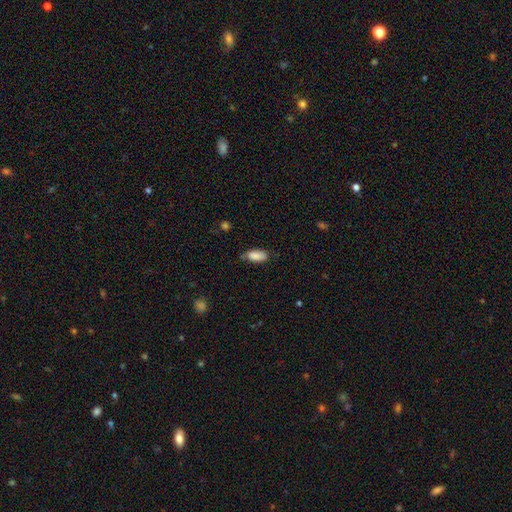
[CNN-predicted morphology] A smooth galaxy with no disk features (87%) that is in between round and cigar-shaped (89%).

Vote fractions:
- Smooth or featured? smooth: 87% / star or artifact: 7% / featured or disk: 6%
- How rounded? in between: 89% / cigar-shaped: 8% / round: 2%
- Merging? none: 62% / minor disturbance: 30% / major disturbance: 6% / merger: 2%